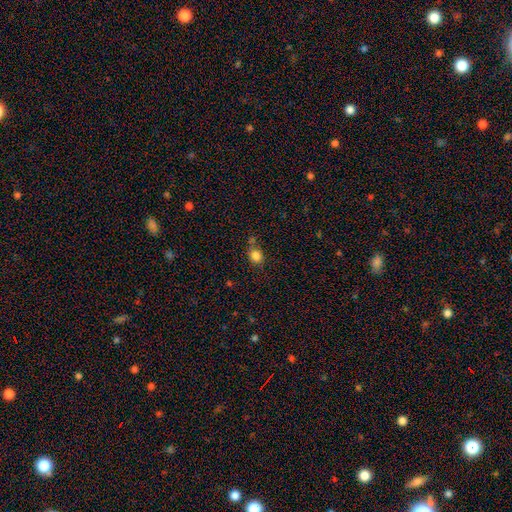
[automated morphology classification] Smooth or featured? Predicted: smooth (p=0.83). How rounded? Predicted: round (p=0.73). Merging? Predicted: none (p=0.63).